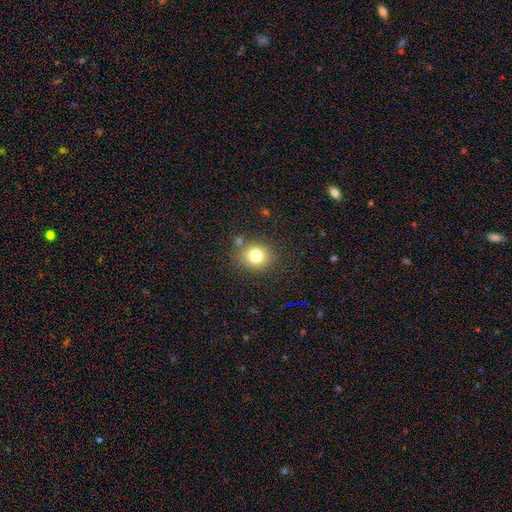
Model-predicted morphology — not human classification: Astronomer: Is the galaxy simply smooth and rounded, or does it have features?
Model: smooth — 78%.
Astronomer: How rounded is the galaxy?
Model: round — 79%.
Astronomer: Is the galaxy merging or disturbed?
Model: none — 80%.